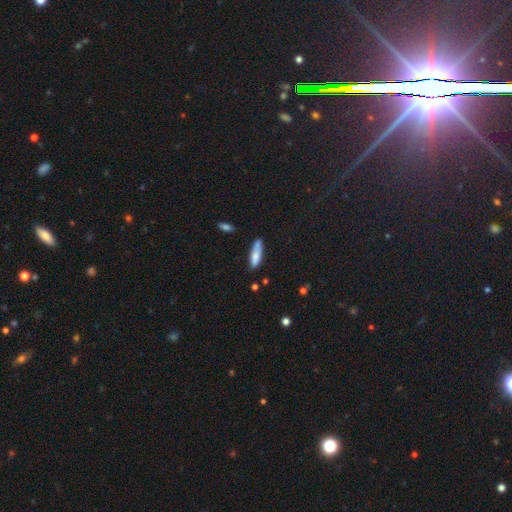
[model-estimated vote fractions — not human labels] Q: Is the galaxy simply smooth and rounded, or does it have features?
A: smooth — 78%.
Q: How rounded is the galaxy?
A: cigar-shaped — 62%.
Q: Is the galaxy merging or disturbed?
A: none — 63%.